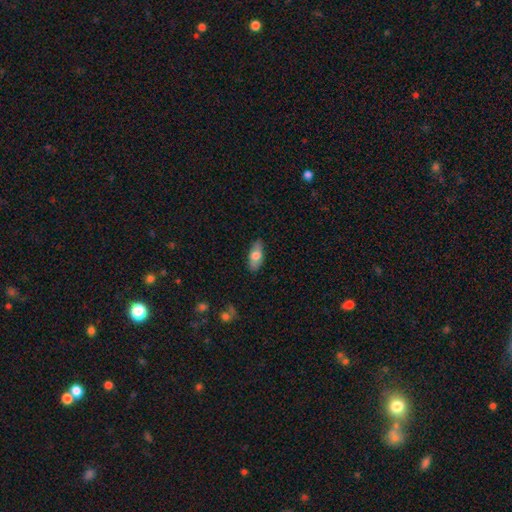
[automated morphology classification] smooth 69%, featured or disk 25%, star or artifact 6%. Down the decision tree: how rounded — in between (80%); merging — none (86%).